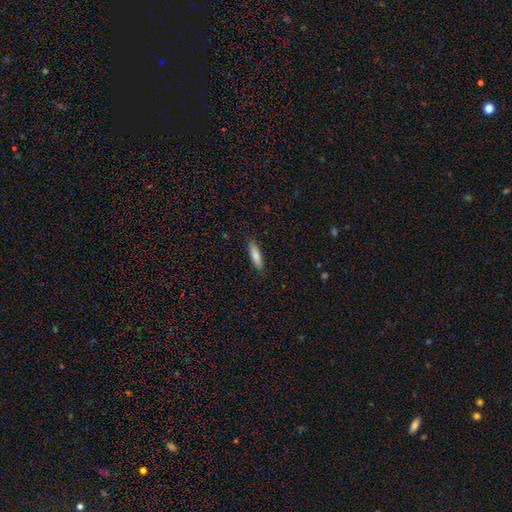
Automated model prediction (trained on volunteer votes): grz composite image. It shows a smooth galaxy with no disk features (82%) that is cigar-shaped (60%). Merging: none (88%).